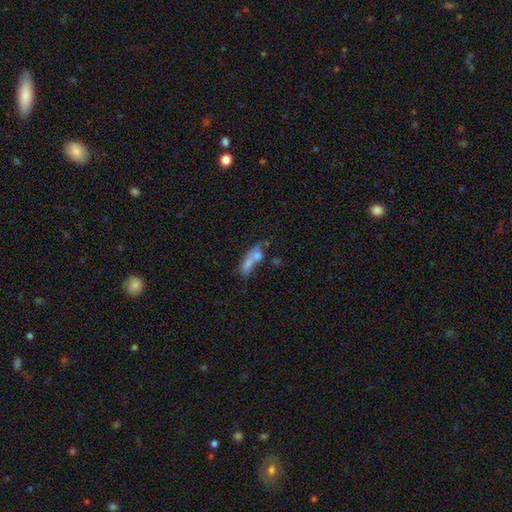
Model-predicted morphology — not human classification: A smooth galaxy with no disk features (65%) that is in between round and cigar-shaped (56%).

Vote fractions:
- Smooth or featured? smooth: 65% / featured or disk: 24% / star or artifact: 11%
- How rounded? in between: 56% / cigar-shaped: 34% / round: 11%
- Merging? merger: 52% / none: 24% / major disturbance: 12% / minor disturbance: 12%